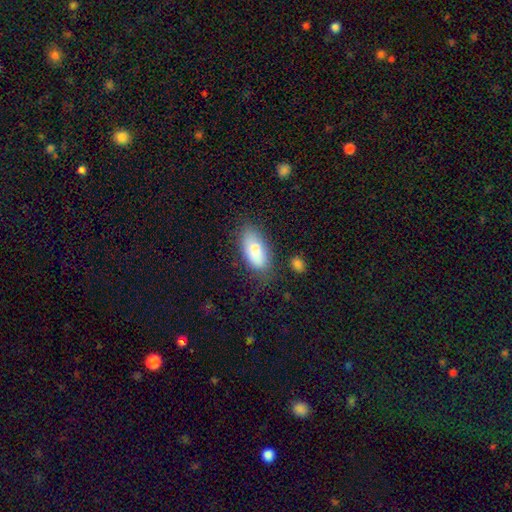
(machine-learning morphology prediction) Q: Smooth or featured?
A: smooth (74%); runner-up: featured or disk (17%)
Q: How rounded?
A: in between (88%); runner-up: cigar-shaped (9%)
Q: Merging?
A: none (74%); runner-up: minor disturbance (19%)